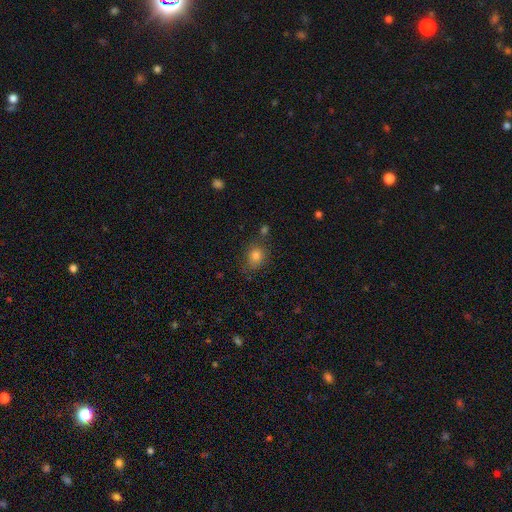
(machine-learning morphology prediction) Smooth or featured? smooth (80%)
How rounded? round (58%)
Merging? none (72%)